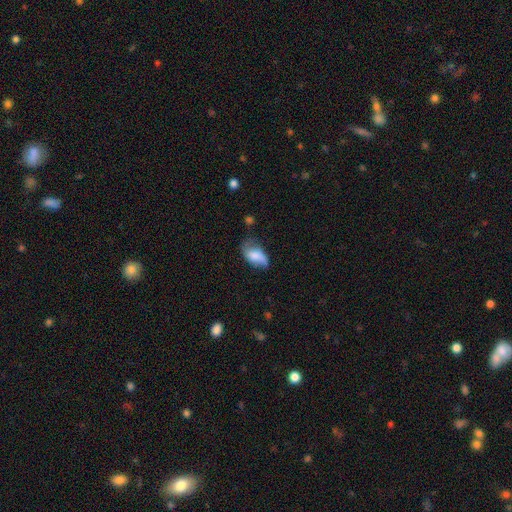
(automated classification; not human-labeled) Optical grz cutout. It shows a smooth galaxy with no disk features (63%) that is in between round and cigar-shaped (91%). Merging: none (41%).